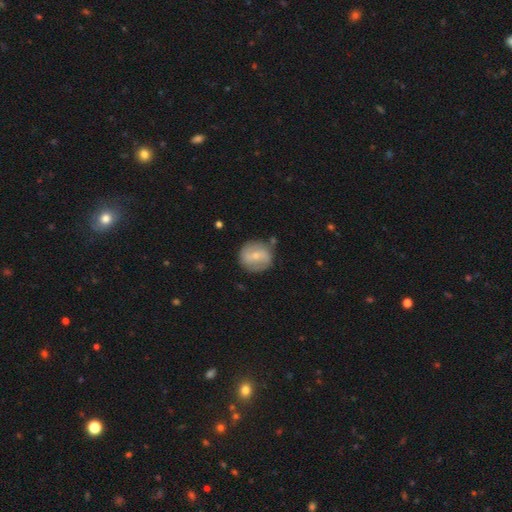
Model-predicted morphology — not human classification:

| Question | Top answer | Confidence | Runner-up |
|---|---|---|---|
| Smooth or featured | featured or disk | 49% | smooth (44%) |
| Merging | none | 77% | minor disturbance (15%) |